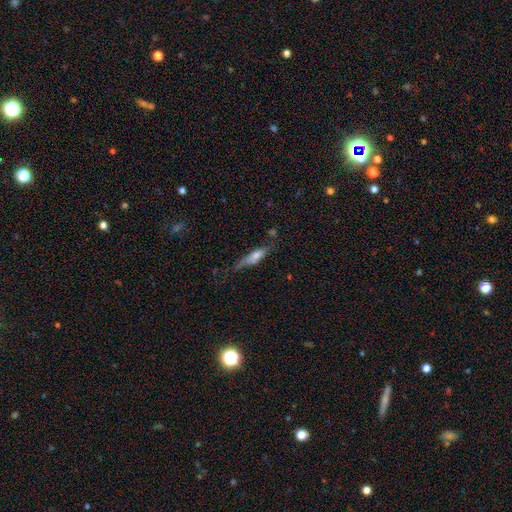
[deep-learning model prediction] A smooth galaxy with no disk features (55%) that is cigar-shaped (72%). Merging: none (50%).